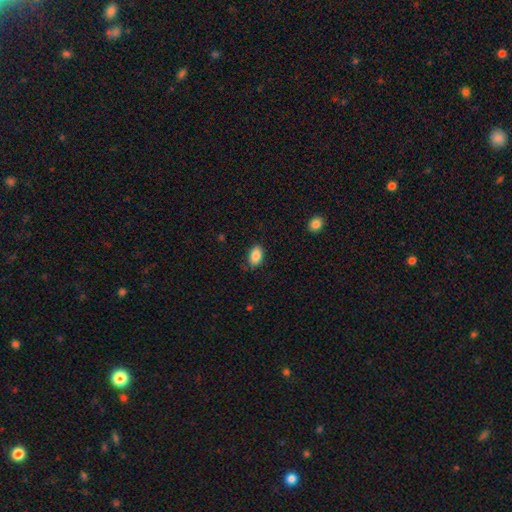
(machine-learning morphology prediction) A smooth galaxy with no disk features (87%) that is in between round and cigar-shaped (90%).

Vote fractions:
- Smooth or featured? smooth: 87% / star or artifact: 8% / featured or disk: 5%
- How rounded? in between: 90% / round: 9% / cigar-shaped: 2%
- Merging? none: 82% / minor disturbance: 14% / major disturbance: 3% / merger: 1%